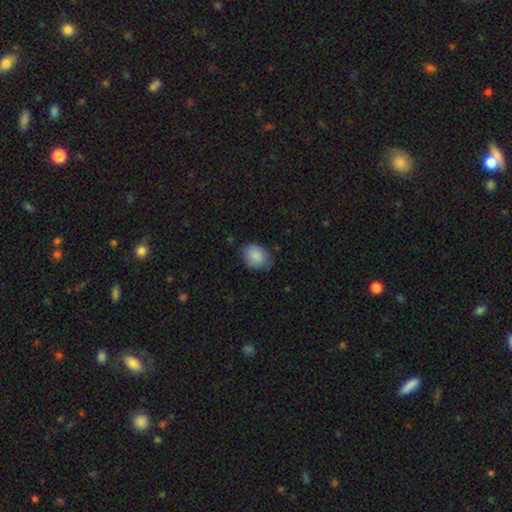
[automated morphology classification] Overall: smooth (87%). How rounded: in between (66%; round 33%). Merging: none (70%).